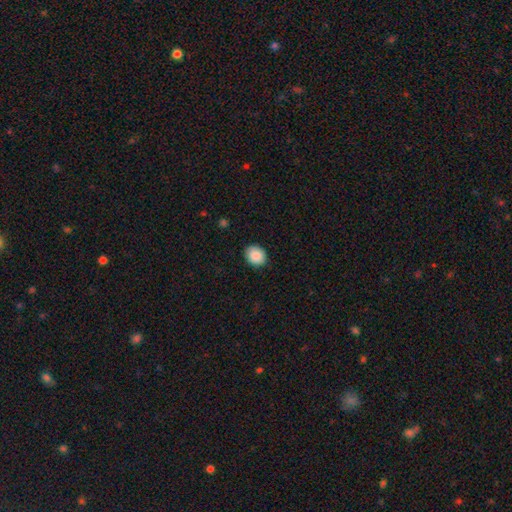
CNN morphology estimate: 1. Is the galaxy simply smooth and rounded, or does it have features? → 89% smooth, 8% star or artifact, 3% featured or disk.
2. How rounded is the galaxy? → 57% round, 42% in between, 1% cigar-shaped.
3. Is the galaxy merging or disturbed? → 88% none, 9% minor disturbance, 2% major disturbance, 1% merger.